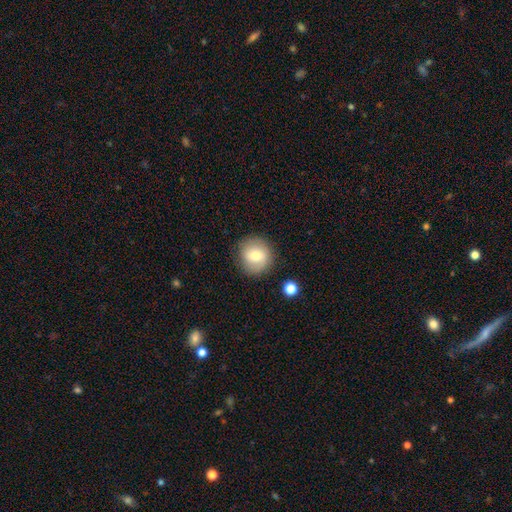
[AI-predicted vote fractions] Smooth or featured: smooth — 73% (featured or disk — 18%)
How rounded: round — 92% (in between — 7%)
Merging: none — 86% (minor disturbance — 9%)